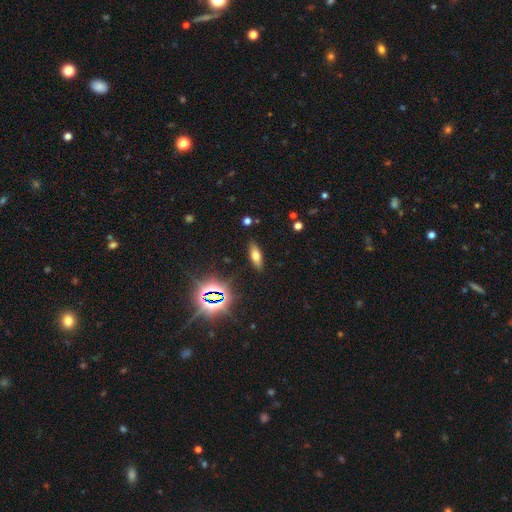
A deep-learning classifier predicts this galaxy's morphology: Smooth or featured?
  - smooth: 61% *
  - featured or disk: 21%
  - star or artifact: 18%
How rounded?
  - in between: 63% *
  - cigar-shaped: 33%
  - round: 4%
Merging?
  - none: 87% *
  - minor disturbance: 9%
  - major disturbance: 3%
  - merger: 2%